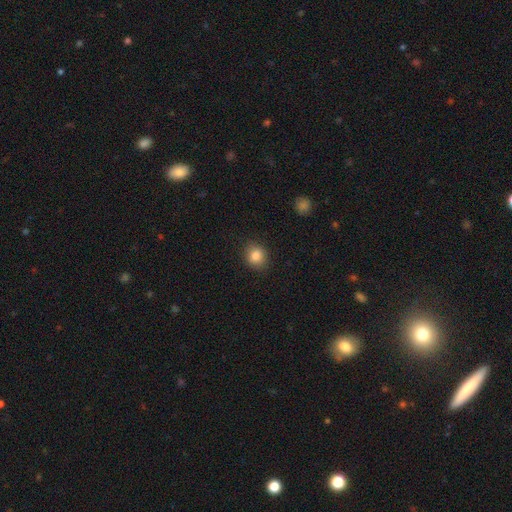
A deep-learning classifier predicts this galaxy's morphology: The model was most divided on "how rounded": round: 68%, in between: 31%, cigar-shaped: 1%. More confident: merging — none (87%); smooth or featured — smooth (85%).